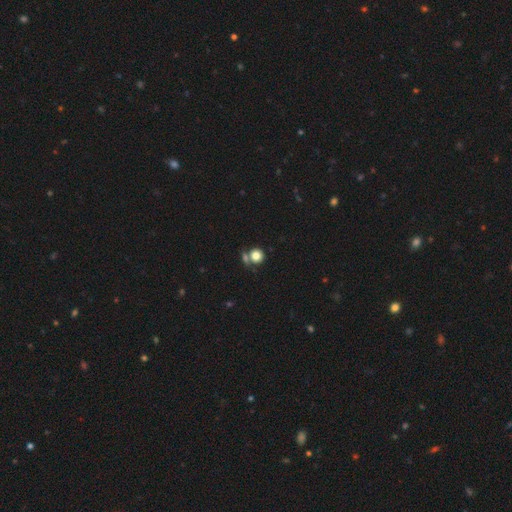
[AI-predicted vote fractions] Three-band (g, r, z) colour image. It shows a smooth galaxy with no disk features (81%) that is round (86%). Merging: none (57%).